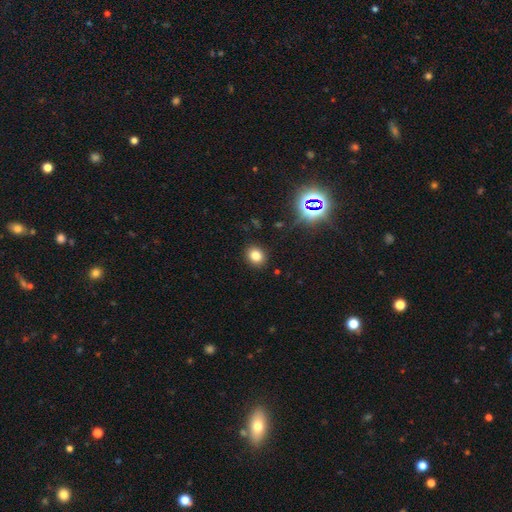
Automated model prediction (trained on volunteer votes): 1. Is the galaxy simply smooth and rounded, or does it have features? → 79% smooth, 14% star or artifact, 6% featured or disk.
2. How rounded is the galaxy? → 60% round, 39% in between, 1% cigar-shaped.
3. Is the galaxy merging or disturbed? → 89% none, 7% minor disturbance, 2% major disturbance, 1% merger.